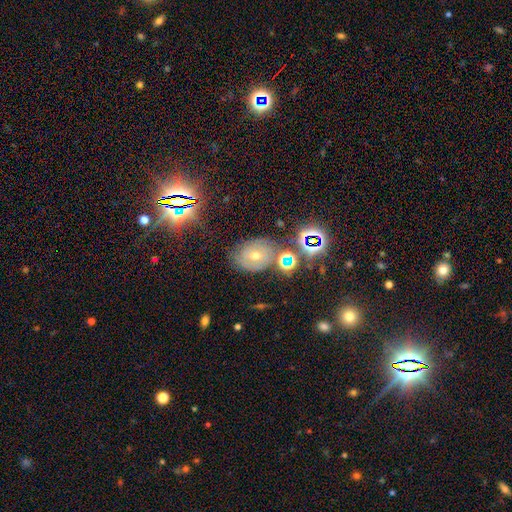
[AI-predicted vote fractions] smooth_or_featured: featured or disk (p=0.44) [alt: smooth p=0.31]
merging: none (p=0.63) [alt: minor disturbance p=0.19]